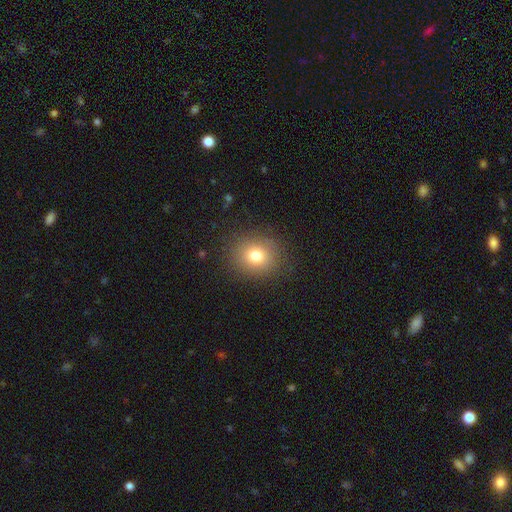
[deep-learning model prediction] Smooth or featured?
  - smooth: 76% *
  - star or artifact: 13%
  - featured or disk: 11%
How rounded?
  - round: 75% *
  - in between: 24%
  - cigar-shaped: 1%
Merging?
  - none: 87% *
  - minor disturbance: 8%
  - major disturbance: 4%
  - merger: 1%